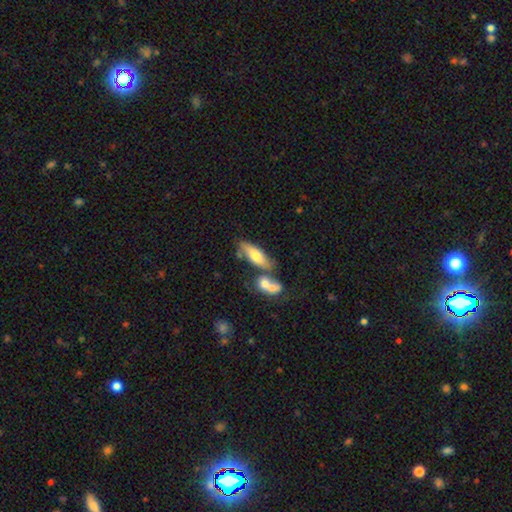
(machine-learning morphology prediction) smooth_or_featured: smooth (p=0.63) [alt: featured or disk p=0.31]
how_rounded: in between (p=0.61) [alt: cigar-shaped p=0.36]
merging: none (p=0.50) [alt: merger p=0.31]